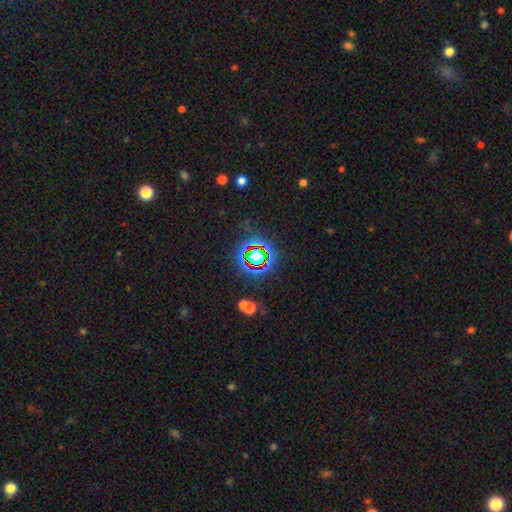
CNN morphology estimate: Q: Smooth or featured?
A: star or artifact (67%); runner-up: smooth (21%)